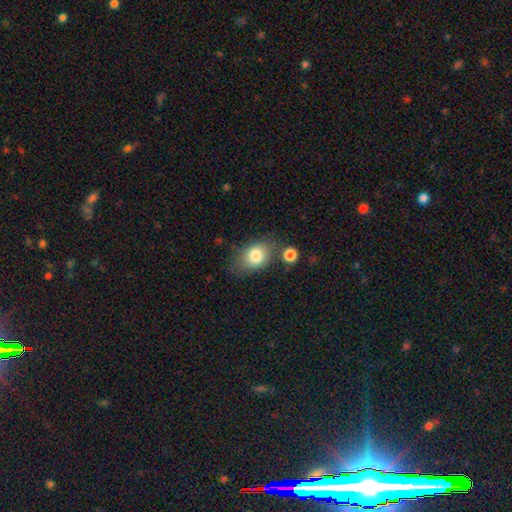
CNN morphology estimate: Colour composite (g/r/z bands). It shows a smooth galaxy with no disk features (80%) that is in between round and cigar-shaped (70%). Merging: none (66%).